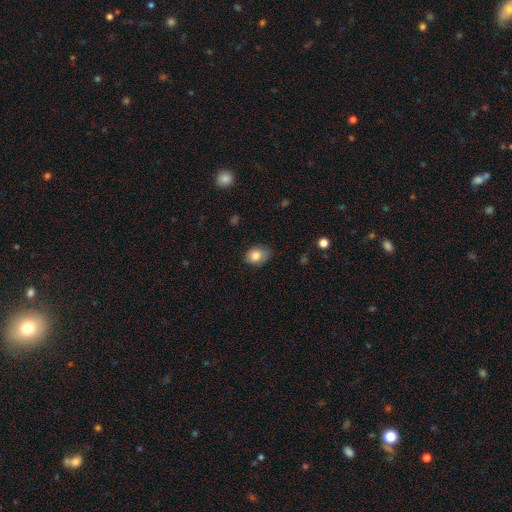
A smooth galaxy with no disk features (92%) that is in between round and cigar-shaped (59%).

Vote fractions:
- Smooth or featured? smooth: 92% / star or artifact: 5% / featured or disk: 3%
- How rounded? in between: 59% / round: 41% / cigar-shaped: 0%
- Merging? none: 54% / minor disturbance: 29% / major disturbance: 14% / merger: 3%